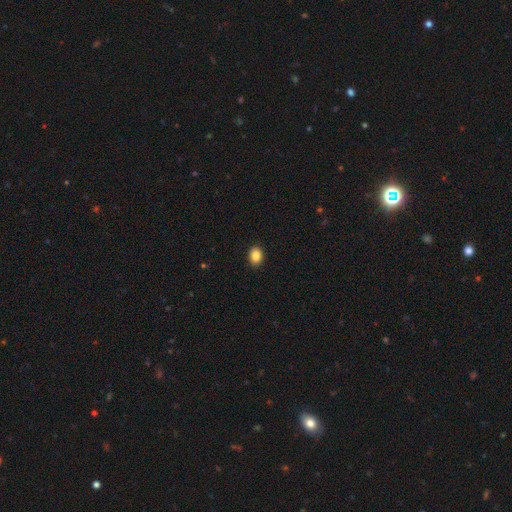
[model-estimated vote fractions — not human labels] smooth 87%, star or artifact 9%, featured or disk 4%. Down the decision tree: how rounded — in between (67%); merging — none (91%).